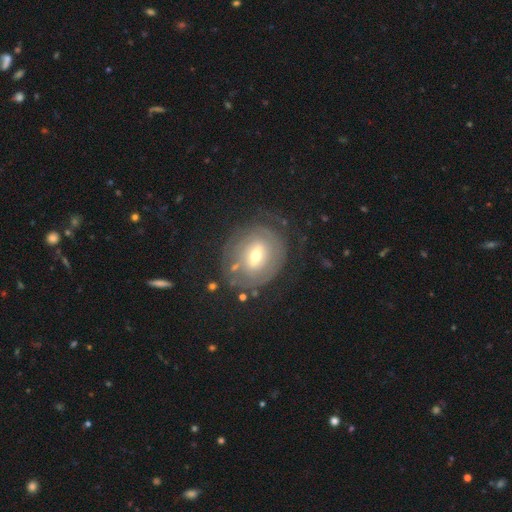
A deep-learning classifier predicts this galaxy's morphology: The model was most divided on "bulge size": moderate: 54%, small: 38%, large: 5%, dominant: 1%, none: 1%. Remaining: edge-on disk — no (95%); smooth or featured — featured or disk (73%); merging — none (69%); spiral arms — yes (68%); bar — weak (48%).